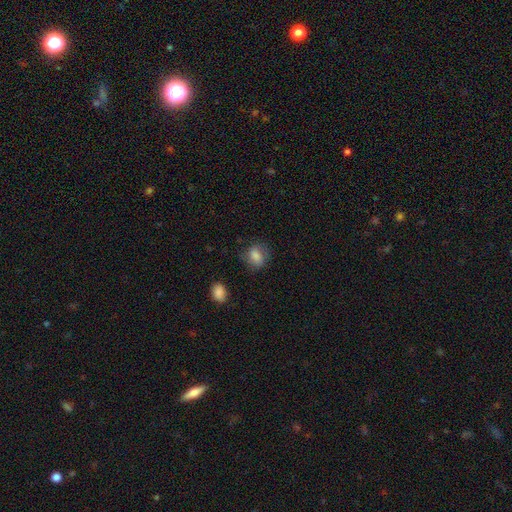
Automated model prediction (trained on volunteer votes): Smooth or featured?
  - smooth: 81% *
  - featured or disk: 10%
  - star or artifact: 9%
How rounded?
  - in between: 57% *
  - round: 41%
  - cigar-shaped: 2%
Merging?
  - none: 67% *
  - minor disturbance: 22%
  - major disturbance: 9%
  - merger: 2%